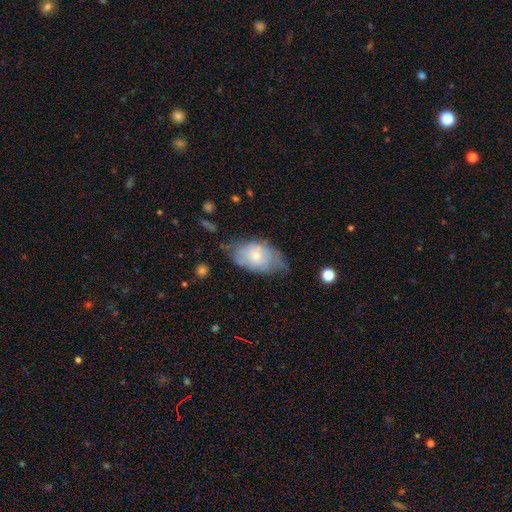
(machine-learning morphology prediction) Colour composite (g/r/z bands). It shows a smooth galaxy with no disk features (57%) that is in between round and cigar-shaped (90%). Merging: none (45%).